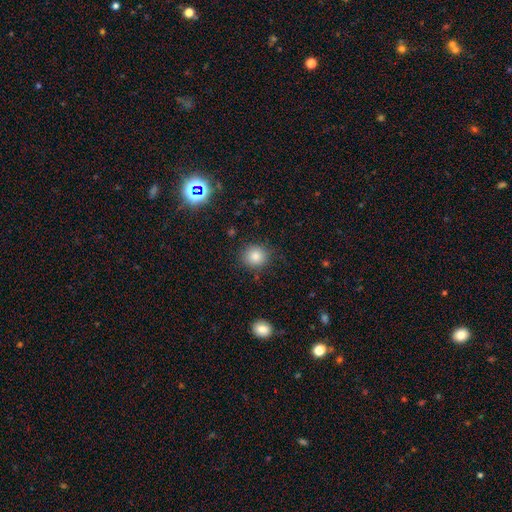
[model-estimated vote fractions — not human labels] This is clearly a smooth galaxy (82%). How rounded: clearly round (84%). Merging: clearly none (86%).